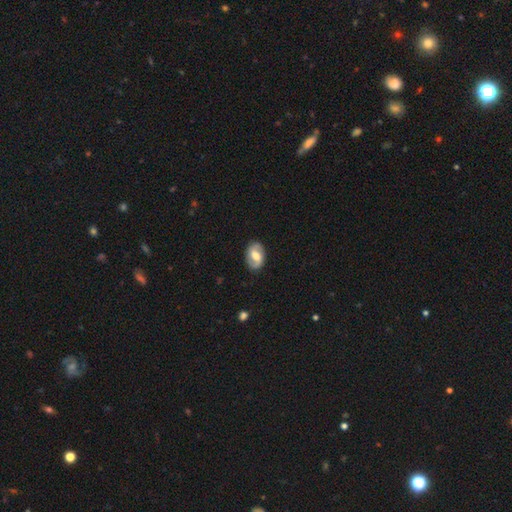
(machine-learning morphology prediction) smooth_or_featured: featured or disk (p=0.64) [alt: smooth p=0.30]
disk_edge_on: no (p=0.96) [alt: yes p=0.04]
bar: weak (p=0.46) [alt: no p=0.27]
has_spiral_arms: yes (p=0.77) [alt: no p=0.23]
bulge_size: moderate (p=0.60) [alt: large p=0.24]
merging: none (p=0.84) [alt: minor disturbance p=0.12]